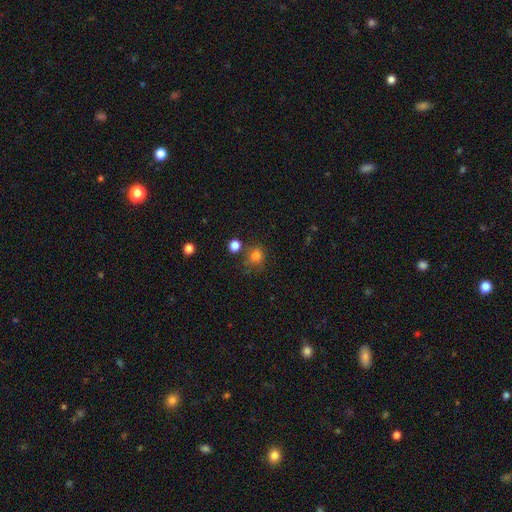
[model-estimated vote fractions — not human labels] Overall: smooth (79%). How rounded: round (76%). Merging: none (63%).